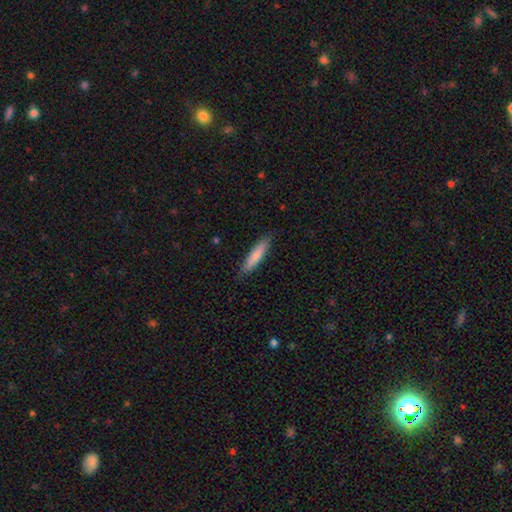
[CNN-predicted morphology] The model was most divided on "how rounded": cigar-shaped: 83%, in between: 16%, round: 1%. More confident: merging — none (87%); smooth or featured — smooth (82%).